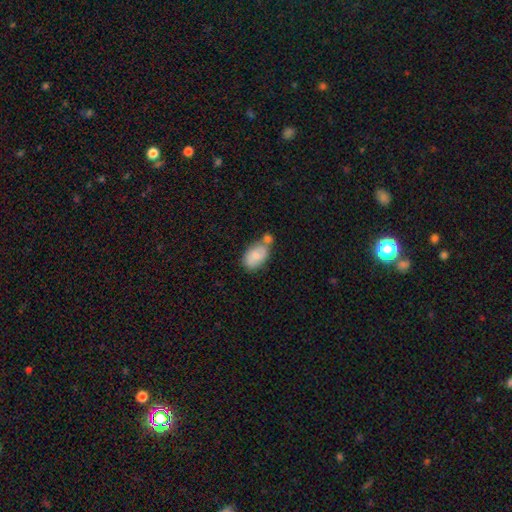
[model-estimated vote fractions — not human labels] Q: Smooth or featured?
A: smooth (75%); runner-up: featured or disk (19%)
Q: How rounded?
A: in between (91%); runner-up: round (8%)
Q: Merging?
A: none (41%); runner-up: merger (35%)